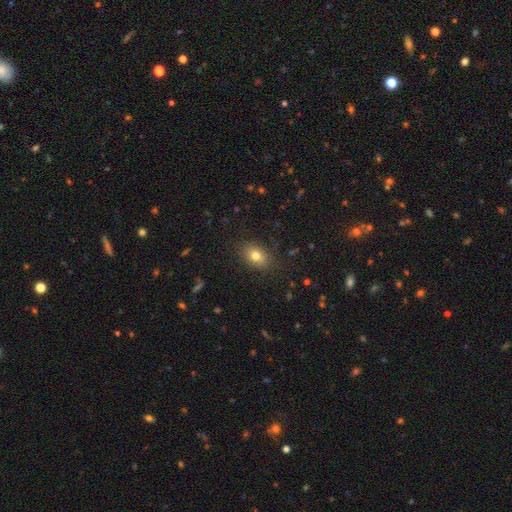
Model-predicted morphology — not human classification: The model was most divided on "how rounded": in between: 74%, round: 24%, cigar-shaped: 2%. More confident: merging — none (85%); smooth or featured — smooth (78%).